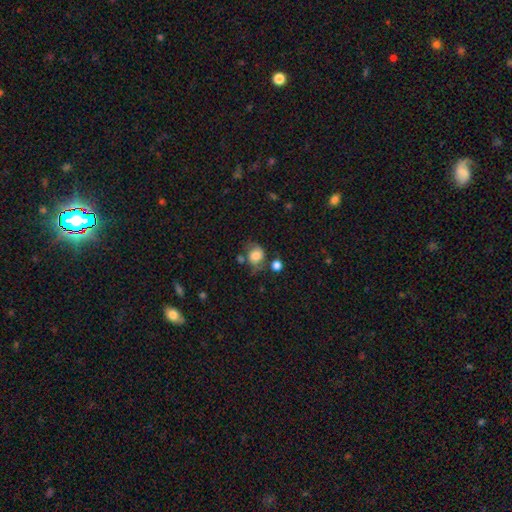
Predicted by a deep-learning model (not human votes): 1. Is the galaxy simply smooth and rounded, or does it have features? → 73% smooth, 17% featured or disk, 10% star or artifact.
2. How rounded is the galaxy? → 62% round, 37% in between, 1% cigar-shaped.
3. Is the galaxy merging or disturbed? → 46% none, 27% minor disturbance, 15% major disturbance, 12% merger.